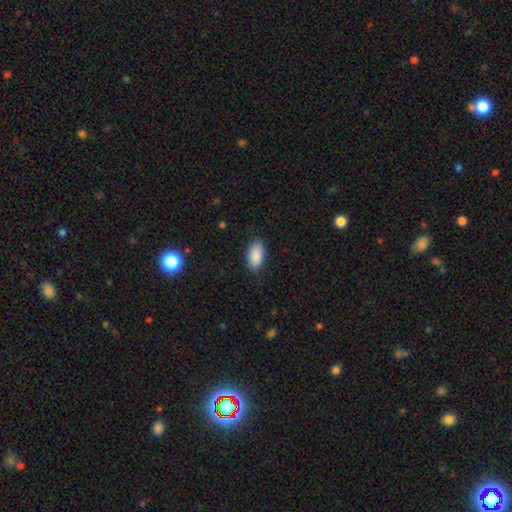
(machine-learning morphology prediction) A smooth galaxy with no disk features (89%) that is in between round and cigar-shaped (93%).

Vote fractions:
- Smooth or featured? smooth: 89% / star or artifact: 6% / featured or disk: 4%
- How rounded? in between: 93% / cigar-shaped: 4% / round: 3%
- Merging? none: 84% / minor disturbance: 12% / major disturbance: 3% / merger: 1%